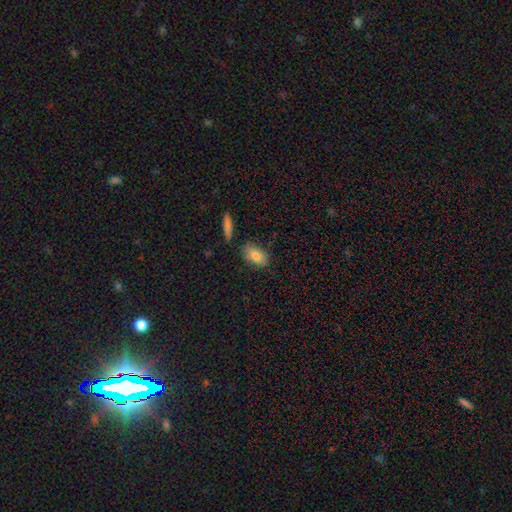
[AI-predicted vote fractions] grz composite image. It shows a smooth galaxy with no disk features (81%) that is in between round and cigar-shaped (88%). Merging: none (78%).